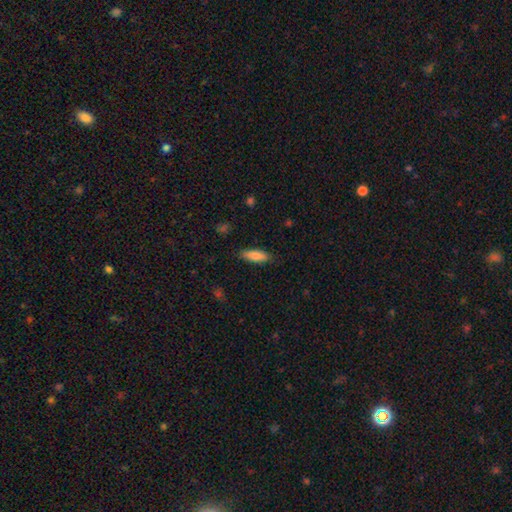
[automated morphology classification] A smooth galaxy with no disk features (83%) that is in between round and cigar-shaped (56%). Merging: none (85%).